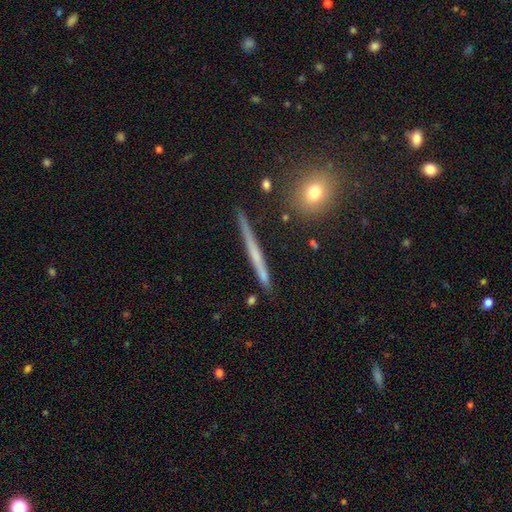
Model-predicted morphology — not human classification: This is possibly a featured or disk galaxy (54%). It is clearly viewed edge-on (97%). Edge-on bulge: clearly none (83%). Merging: clearly none (87%).